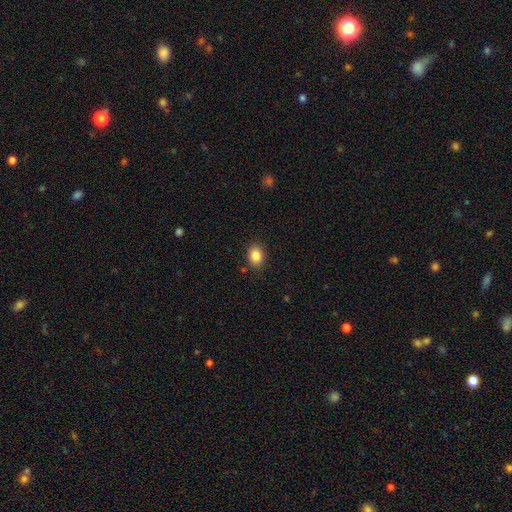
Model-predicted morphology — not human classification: A smooth galaxy with no disk features (85%) that is in between round and cigar-shaped (65%). Merging: none (88%).